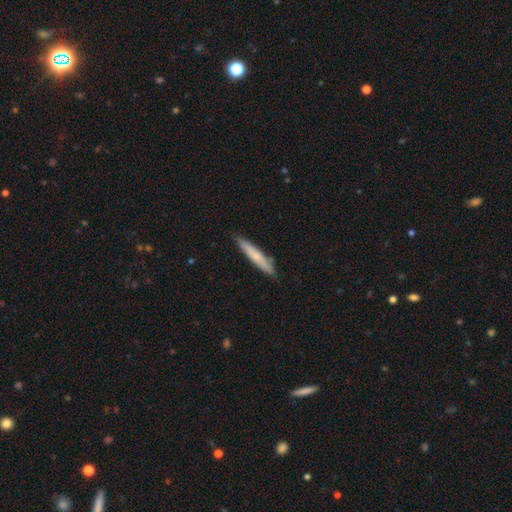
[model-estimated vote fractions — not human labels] Q: Smooth or featured?
A: smooth (64%); runner-up: featured or disk (30%)
Q: How rounded?
A: cigar-shaped (93%); runner-up: in between (6%)
Q: Merging?
A: none (85%); runner-up: minor disturbance (11%)